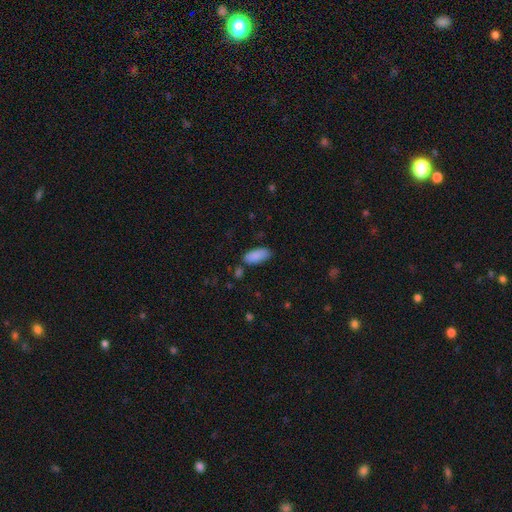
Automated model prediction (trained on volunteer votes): A smooth galaxy with no disk features (88%) that is in between round and cigar-shaped (87%). Merging: none (76%).